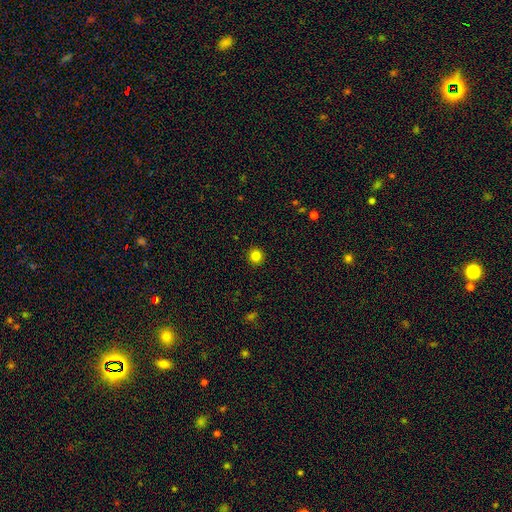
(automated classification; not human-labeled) Smooth or featured? Predicted: smooth (p=0.84). How rounded? Predicted: round (p=0.94). Merging? Predicted: none (p=0.93).